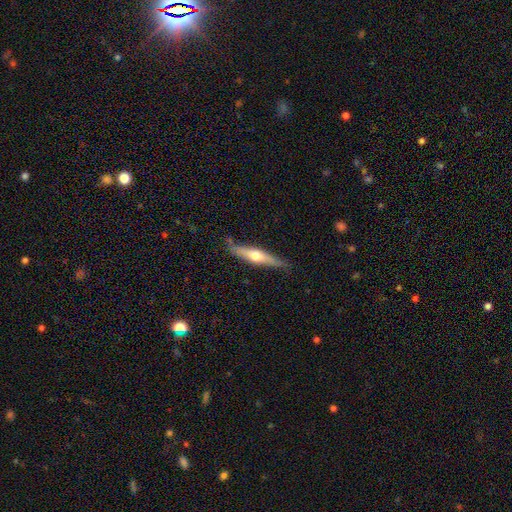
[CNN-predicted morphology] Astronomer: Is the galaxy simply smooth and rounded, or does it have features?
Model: featured or disk — 53% (runner-up: smooth, 42%).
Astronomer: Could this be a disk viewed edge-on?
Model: yes — 91%.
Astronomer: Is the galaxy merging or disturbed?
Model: none — 80%.